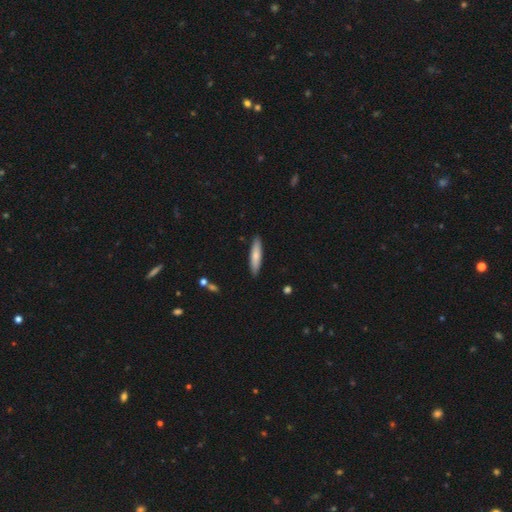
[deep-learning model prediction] Overall: smooth (74%). How rounded: cigar-shaped (84%). Merging: none (89%).